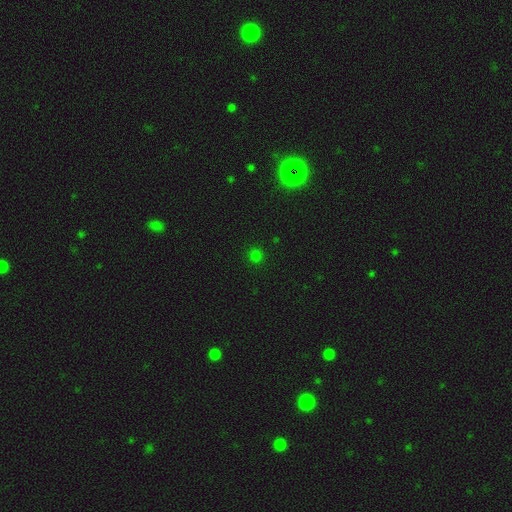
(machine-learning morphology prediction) Smooth or featured? Predicted: smooth (p=0.75). How rounded? Predicted: round (p=0.93). Merging? Predicted: none (p=0.92).